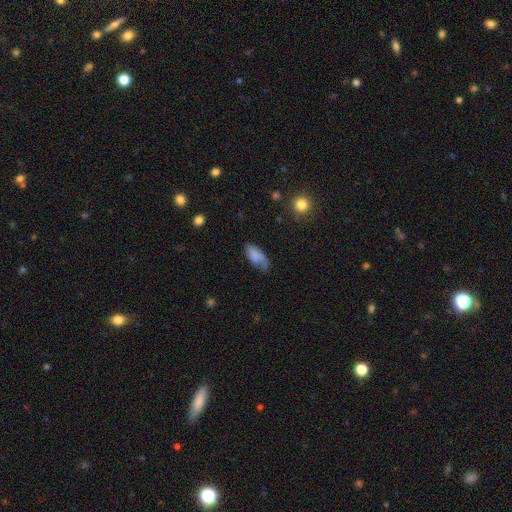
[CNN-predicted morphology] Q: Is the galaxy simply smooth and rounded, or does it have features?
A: smooth — 74%.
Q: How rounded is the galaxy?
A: in between — 88%.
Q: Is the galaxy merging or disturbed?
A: none — 47%.